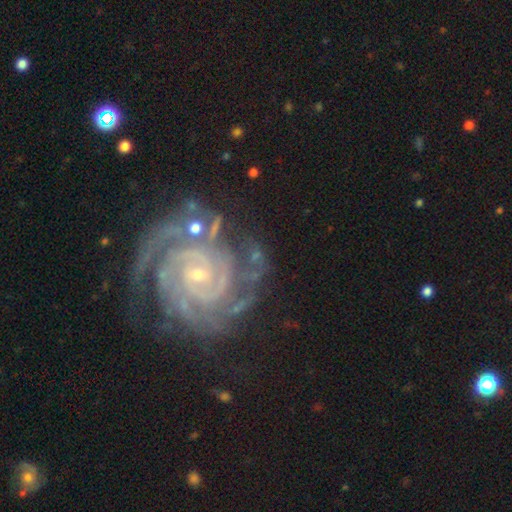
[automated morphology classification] The model was most divided on "spiral arm count": 2: 29%, 3: 22%, can't tell: 19%, 4: 15%, more than 4: 8%, 1: 6%. Remaining: edge-on disk — no (97%); spiral arms — yes (97%); smooth or featured — featured or disk (85%); spiral winding — tight (73%); bulge size — small (62%); merging — none (61%); bar — no (48%).